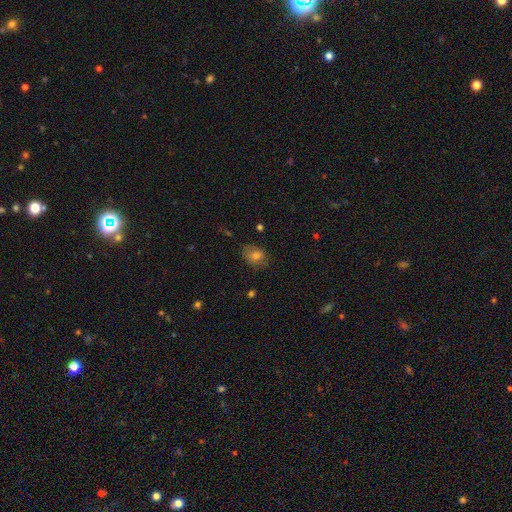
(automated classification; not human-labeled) Overall: smooth (76%). How rounded: in between (65%; round 34%). Merging: none (72%).